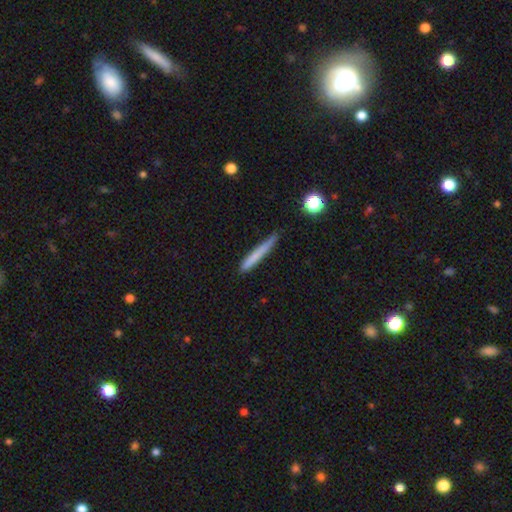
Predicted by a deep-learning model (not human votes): Morphology: type=smooth (71%); roundness=cigar-shaped (96%); merging=none (80%).